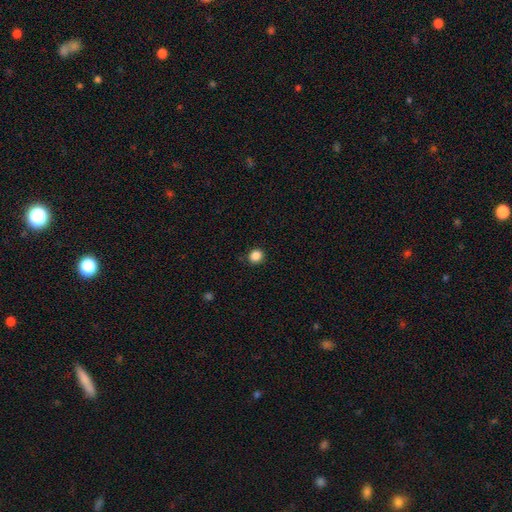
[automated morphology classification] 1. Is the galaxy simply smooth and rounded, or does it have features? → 86% smooth, 11% star or artifact, 3% featured or disk.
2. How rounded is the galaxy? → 84% round, 15% in between, 1% cigar-shaped.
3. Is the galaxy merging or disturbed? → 90% none, 7% minor disturbance, 2% major disturbance, 1% merger.